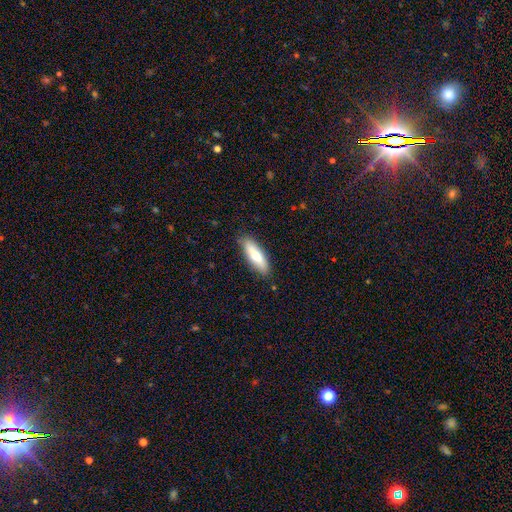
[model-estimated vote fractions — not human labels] Q: Smooth or featured?
A: smooth (68%); runner-up: featured or disk (27%)
Q: How rounded?
A: in between (50%); runner-up: cigar-shaped (49%)
Q: Merging?
A: none (85%); runner-up: minor disturbance (11%)